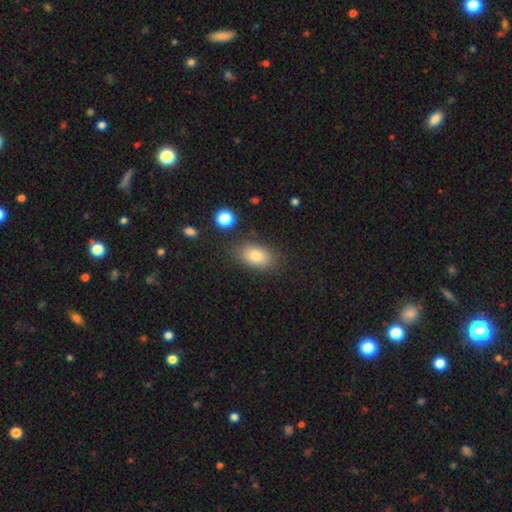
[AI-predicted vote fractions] smooth 81%, featured or disk 10%, star or artifact 9%. Down the decision tree: how rounded — in between (88%); merging — none (81%).